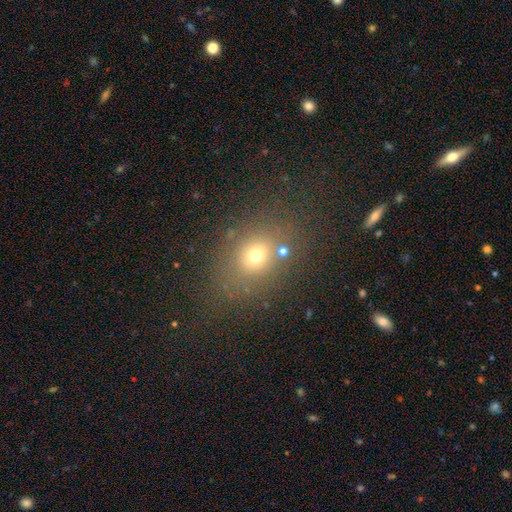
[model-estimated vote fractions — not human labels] smooth_or_featured: smooth (p=0.66) [alt: star or artifact p=0.21]
how_rounded: in between (p=0.50) [alt: round p=0.49]
merging: none (p=0.75) [alt: minor disturbance p=0.12]